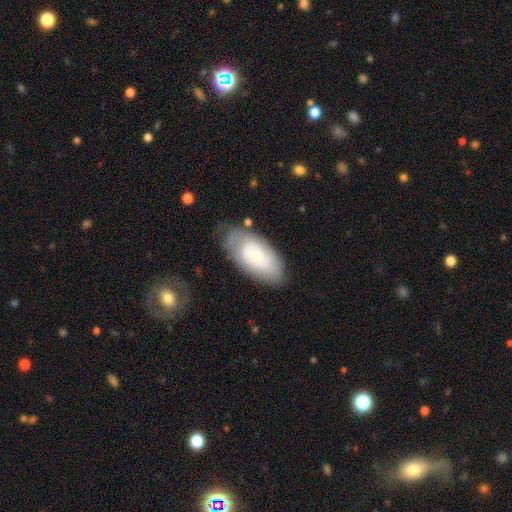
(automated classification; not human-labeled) Smooth or featured?
  - featured or disk: 50% *
  - smooth: 43%
  - star or artifact: 7%
Edge-on disk?
  - no: 93% *
  - yes: 7%
Merging?
  - none: 68% *
  - minor disturbance: 22%
  - major disturbance: 8%
  - merger: 3%